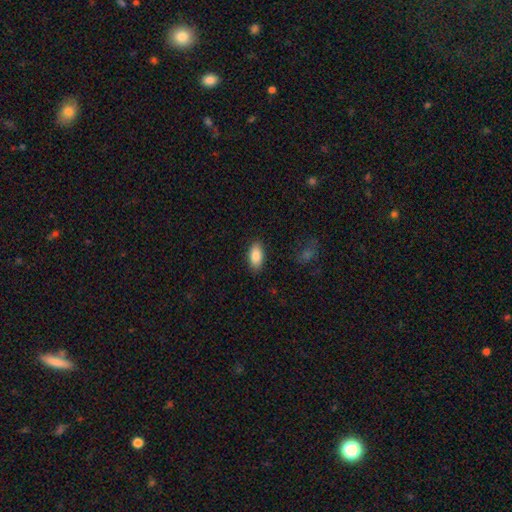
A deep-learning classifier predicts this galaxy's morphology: type=smooth (86%); roundness=in between (91%); merging=none (88%).